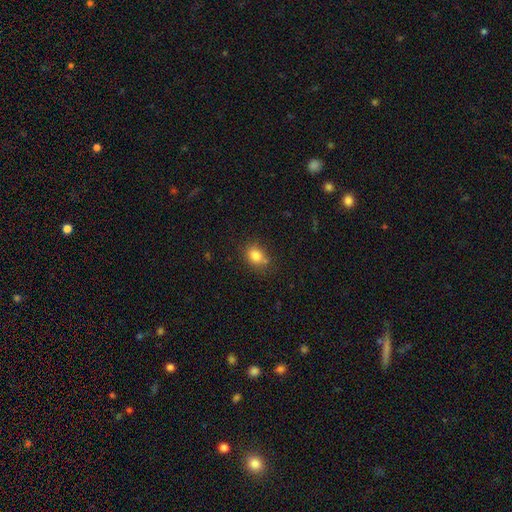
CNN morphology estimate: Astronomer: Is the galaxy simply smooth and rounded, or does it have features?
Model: smooth — 82%.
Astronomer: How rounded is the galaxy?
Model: in between — 52% (runner-up: round, 47%).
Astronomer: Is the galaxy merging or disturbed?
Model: none — 64%.